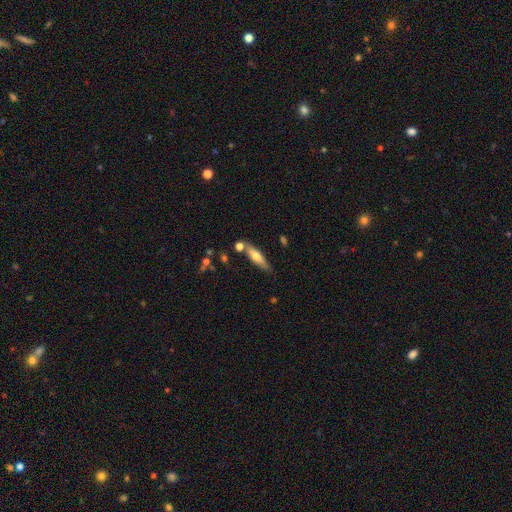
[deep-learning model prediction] Q: Smooth or featured?
A: smooth (55%); runner-up: featured or disk (38%)
Q: How rounded?
A: cigar-shaped (71%); runner-up: in between (27%)
Q: Merging?
A: none (68%); runner-up: minor disturbance (16%)